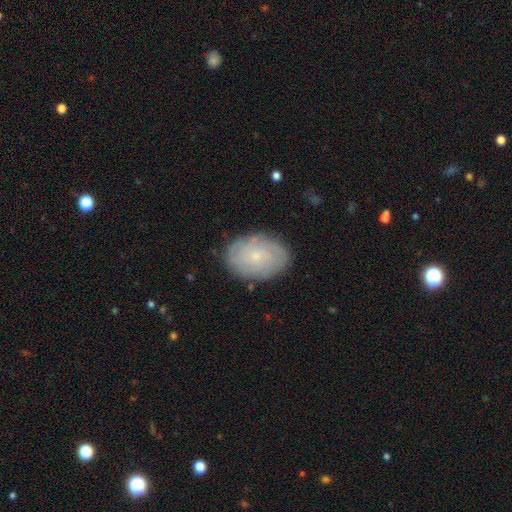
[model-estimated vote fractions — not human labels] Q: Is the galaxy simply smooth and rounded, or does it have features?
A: featured or disk — 55%.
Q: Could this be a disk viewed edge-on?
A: no — 96%.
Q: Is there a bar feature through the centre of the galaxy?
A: no — 81%.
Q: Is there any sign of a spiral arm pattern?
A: yes — 83%.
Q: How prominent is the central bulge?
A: small — 80%.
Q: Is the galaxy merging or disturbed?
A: none — 83%.